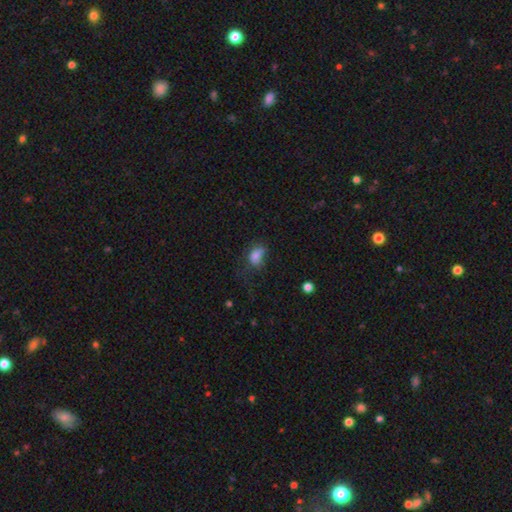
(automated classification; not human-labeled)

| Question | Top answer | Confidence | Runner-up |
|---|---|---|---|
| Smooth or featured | smooth | 79% | star or artifact (11%) |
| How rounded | in between | 81% | round (17%) |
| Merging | none | 41% | minor disturbance (31%) |